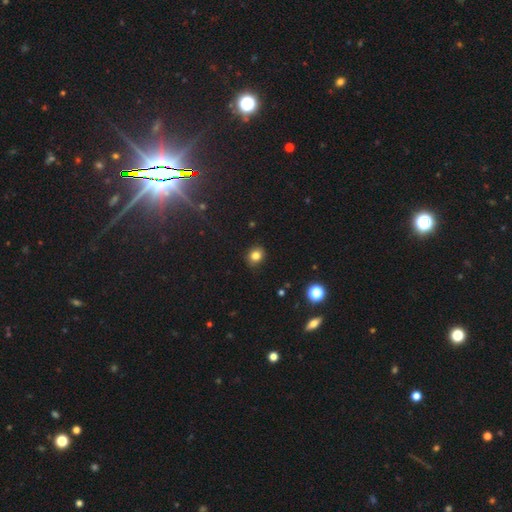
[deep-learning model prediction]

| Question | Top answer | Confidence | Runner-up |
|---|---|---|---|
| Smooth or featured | smooth | 81% | star or artifact (13%) |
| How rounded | round | 67% | in between (32%) |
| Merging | none | 87% | minor disturbance (10%) |